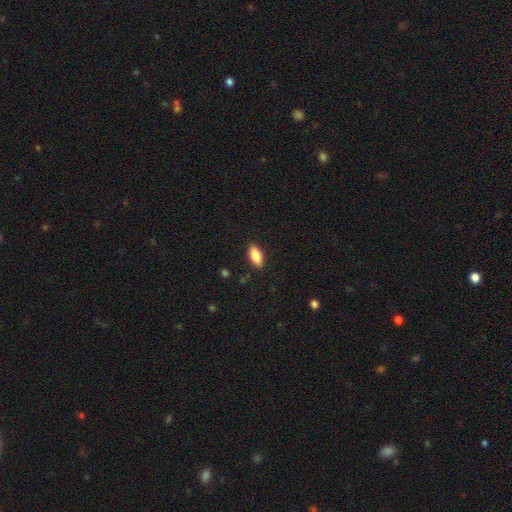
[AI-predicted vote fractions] The model was most divided on "smooth or featured": smooth: 85%, featured or disk: 9%, star or artifact: 7%. More confident: how rounded — in between (89%); merging — none (88%).